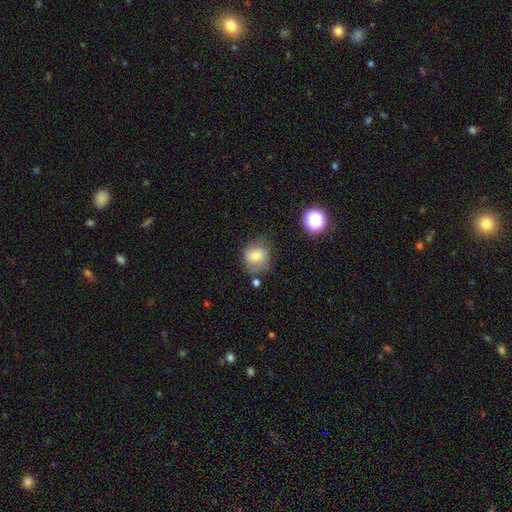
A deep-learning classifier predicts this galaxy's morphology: Q: Smooth or featured?
A: smooth (68%); runner-up: featured or disk (22%)
Q: How rounded?
A: round (67%); runner-up: in between (32%)
Q: Merging?
A: none (56%); runner-up: minor disturbance (27%)